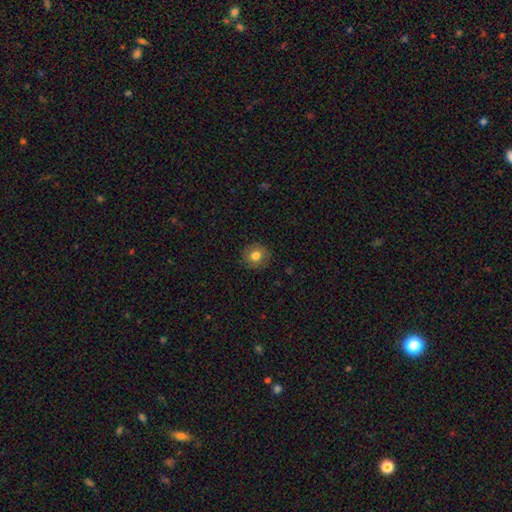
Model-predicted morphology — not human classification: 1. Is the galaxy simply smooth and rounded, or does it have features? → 79% smooth, 10% featured or disk, 10% star or artifact.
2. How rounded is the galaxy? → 85% round, 14% in between, 1% cigar-shaped.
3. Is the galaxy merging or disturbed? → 88% none, 9% minor disturbance, 2% major disturbance, 1% merger.